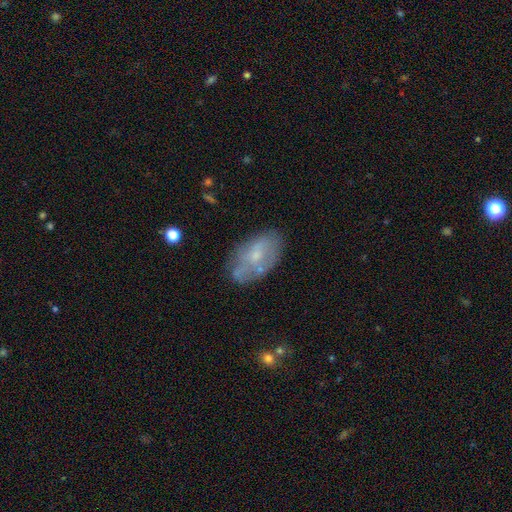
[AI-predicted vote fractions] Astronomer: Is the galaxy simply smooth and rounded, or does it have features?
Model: smooth — 48% (runner-up: featured or disk, 44%).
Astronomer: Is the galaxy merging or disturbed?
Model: none — 60%.